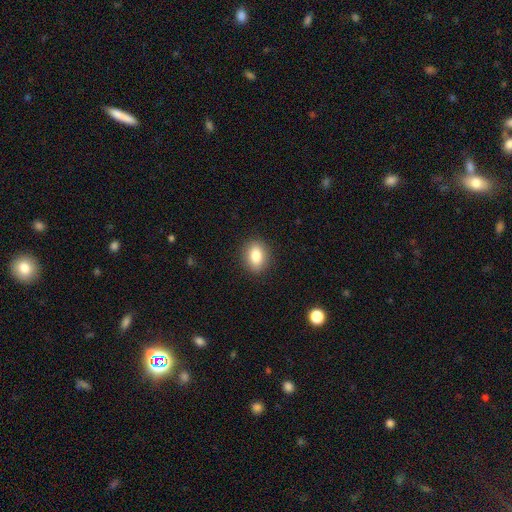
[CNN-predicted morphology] Overall: smooth (83%). How rounded: in between (69%; round 30%). Merging: none (89%).